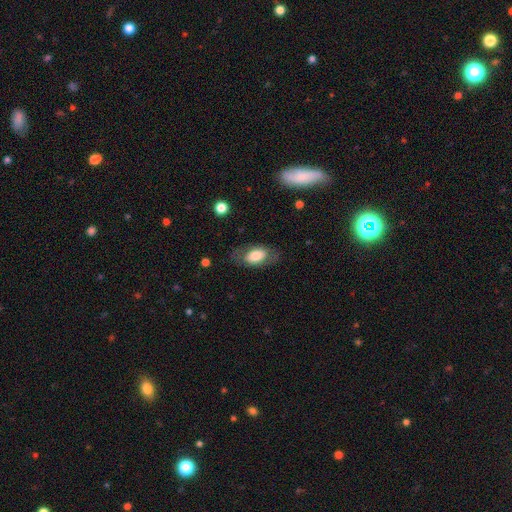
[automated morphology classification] This is likely a smooth galaxy (66%). How rounded: clearly in between (92%). Merging: likely none (74%).